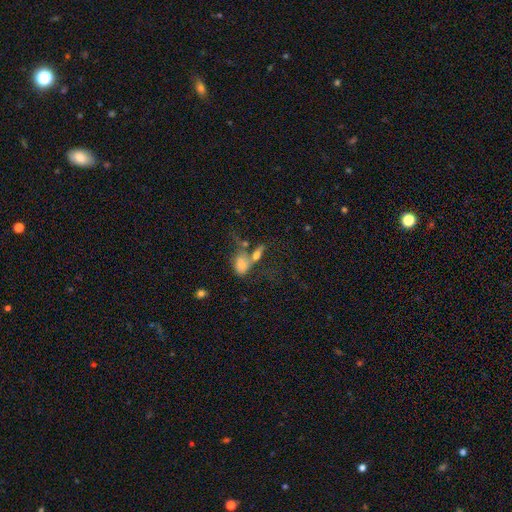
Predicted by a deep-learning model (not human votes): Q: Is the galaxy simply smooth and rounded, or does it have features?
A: smooth — 54%.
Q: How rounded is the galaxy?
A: in between — 70%.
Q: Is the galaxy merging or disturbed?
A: merger — 46%.